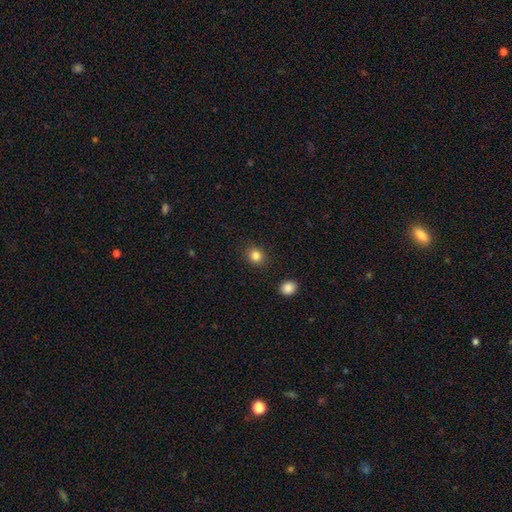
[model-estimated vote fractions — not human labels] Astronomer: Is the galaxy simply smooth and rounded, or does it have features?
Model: smooth — 84%.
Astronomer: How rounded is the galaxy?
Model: round — 77%.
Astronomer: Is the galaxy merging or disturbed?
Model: none — 89%.